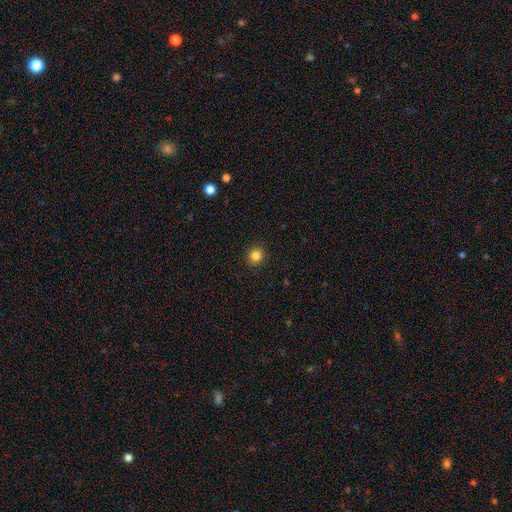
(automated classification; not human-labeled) Smooth or featured? smooth (84%)
How rounded? round (88%)
Merging? none (92%)